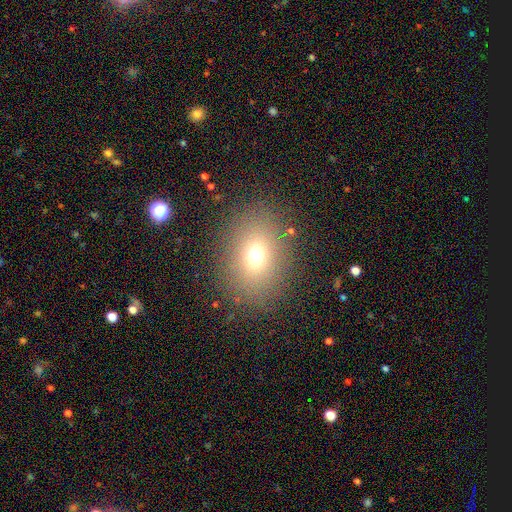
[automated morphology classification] Overall: smooth (69%). How rounded: in between (59%; round 39%). Merging: none (84%).